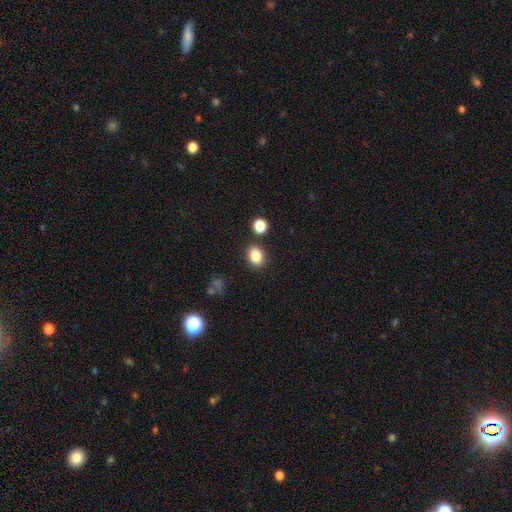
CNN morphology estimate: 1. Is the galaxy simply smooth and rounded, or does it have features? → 84% smooth, 10% star or artifact, 5% featured or disk.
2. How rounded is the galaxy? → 57% in between, 42% round, 1% cigar-shaped.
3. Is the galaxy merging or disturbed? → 82% none, 9% minor disturbance, 6% merger, 3% major disturbance.